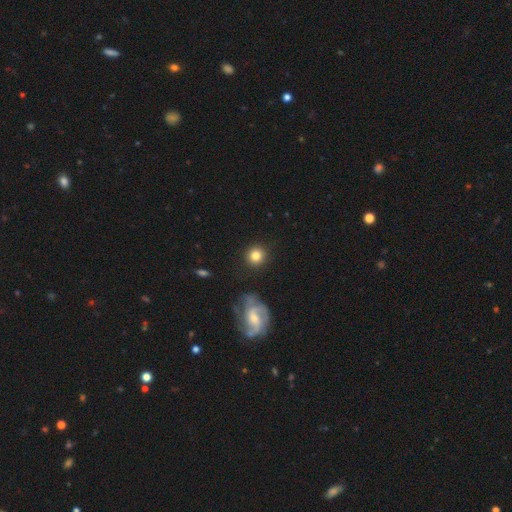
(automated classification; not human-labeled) smooth_or_featured: smooth (p=0.77) [alt: featured or disk p=0.13]
how_rounded: round (p=0.92) [alt: in between p=0.07]
merging: none (p=0.87) [alt: minor disturbance p=0.07]